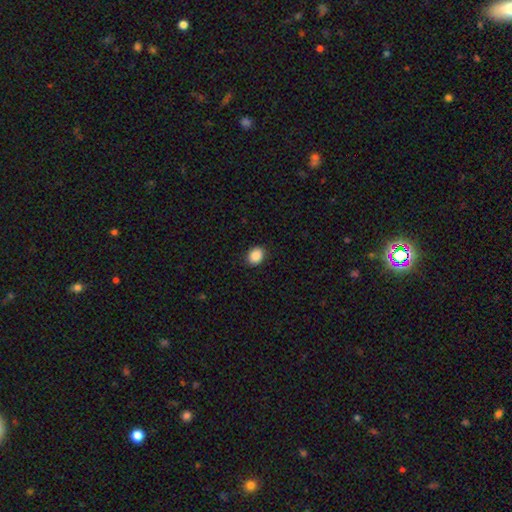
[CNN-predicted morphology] A smooth galaxy with no disk features (89%) that is round (52%). Merging: none (90%).